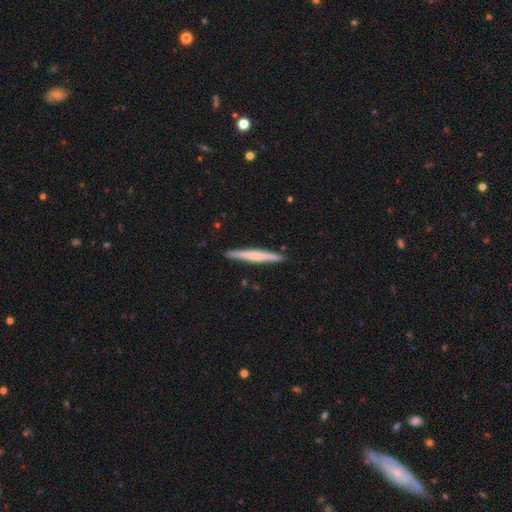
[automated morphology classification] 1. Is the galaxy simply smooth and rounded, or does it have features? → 49% smooth, 46% featured or disk, 5% star or artifact.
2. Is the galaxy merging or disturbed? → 91% none, 6% minor disturbance, 1% major disturbance, 1% merger.